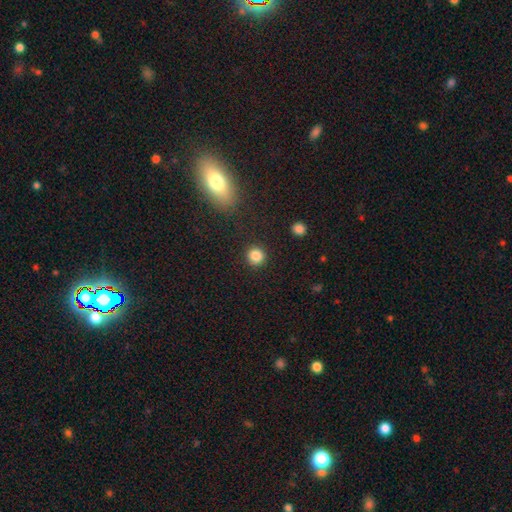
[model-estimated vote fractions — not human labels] smooth-or-featured: smooth: 85% | star or artifact: 11% | featured or disk: 4%
  how-rounded: round: 92% | in between: 7% | cigar-shaped: 1%
  merging: none: 91% | minor disturbance: 5% | major disturbance: 2% | merger: 1%